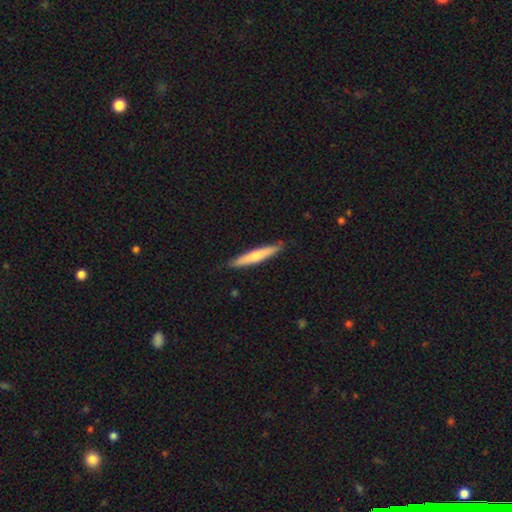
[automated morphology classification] This is likely a smooth galaxy (63%). How rounded: clearly cigar-shaped (94%). Merging: clearly none (87%).